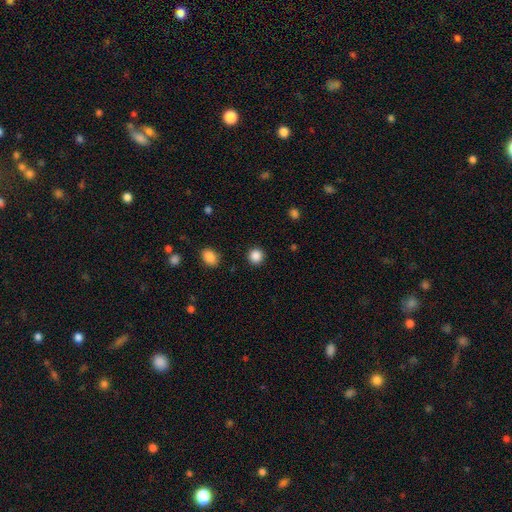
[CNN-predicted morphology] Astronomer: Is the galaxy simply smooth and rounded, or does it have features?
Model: smooth — 87%.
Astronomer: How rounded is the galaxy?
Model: round — 92%.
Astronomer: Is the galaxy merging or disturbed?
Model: none — 91%.